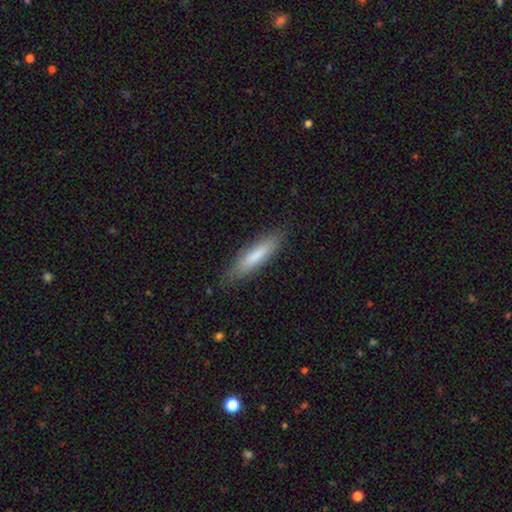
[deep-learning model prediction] A smooth galaxy with no disk features (76%) that is cigar-shaped (78%).

Vote fractions:
- Smooth or featured? smooth: 76% / featured or disk: 18% / star or artifact: 6%
- How rounded? cigar-shaped: 78% / in between: 20% / round: 1%
- Merging? none: 84% / minor disturbance: 12% / major disturbance: 3% / merger: 1%